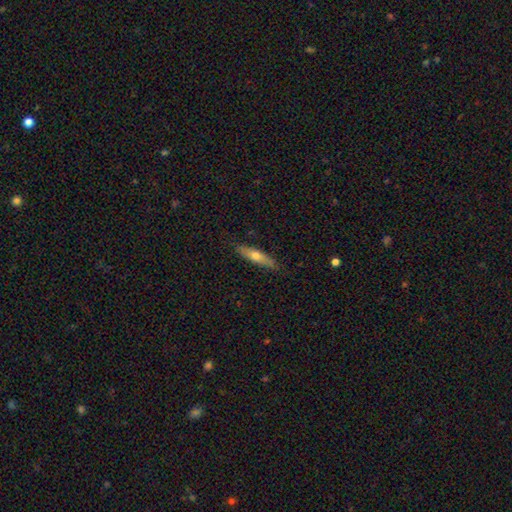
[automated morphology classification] Smooth or featured: smooth — 55% (featured or disk — 39%)
How rounded: cigar-shaped — 80% (in between — 18%)
Merging: none — 86% (minor disturbance — 11%)